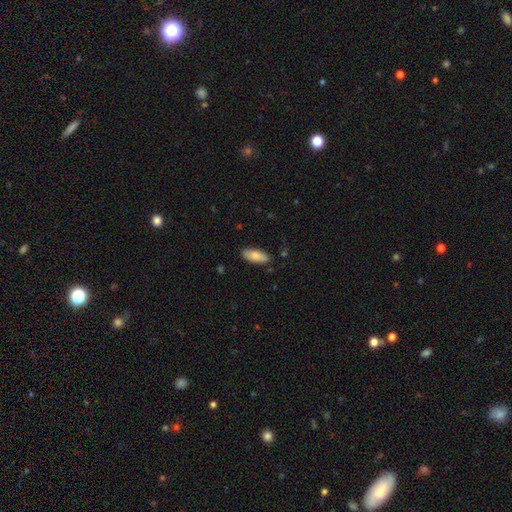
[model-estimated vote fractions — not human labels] smooth 81%, featured or disk 13%, star or artifact 6%. Down the decision tree: how rounded — in between (80%); merging — none (84%).